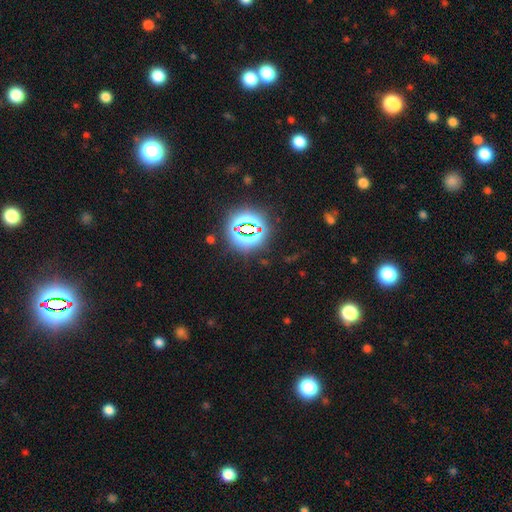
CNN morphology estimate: Q: Smooth or featured?
A: star or artifact (78%); runner-up: smooth (14%)